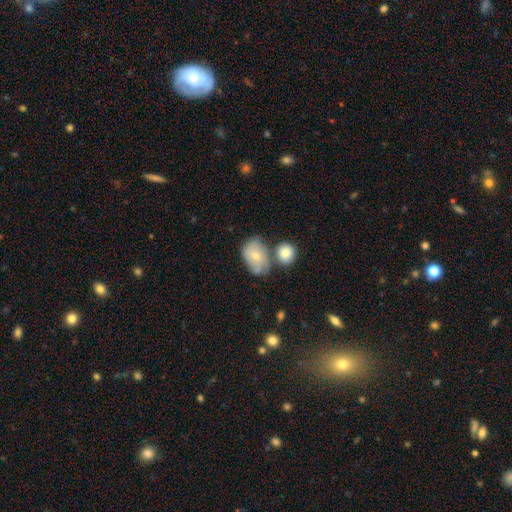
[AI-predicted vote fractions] This is likely a smooth galaxy (62%). How rounded: likely in between (69%). Merging: marginally none (40%).